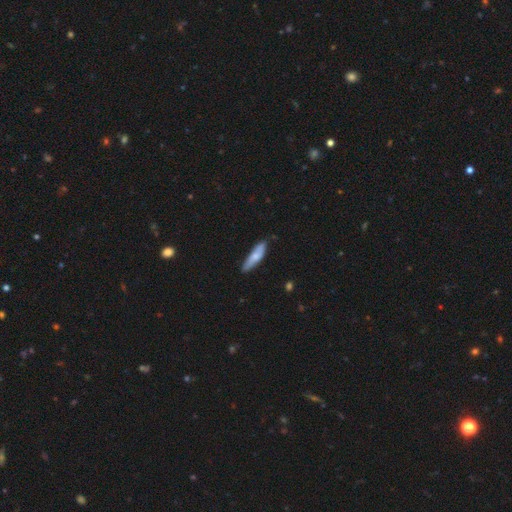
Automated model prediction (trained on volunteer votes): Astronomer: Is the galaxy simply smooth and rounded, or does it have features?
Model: smooth — 68%.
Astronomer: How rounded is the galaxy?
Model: cigar-shaped — 72%.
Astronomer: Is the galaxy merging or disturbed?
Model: none — 75%.